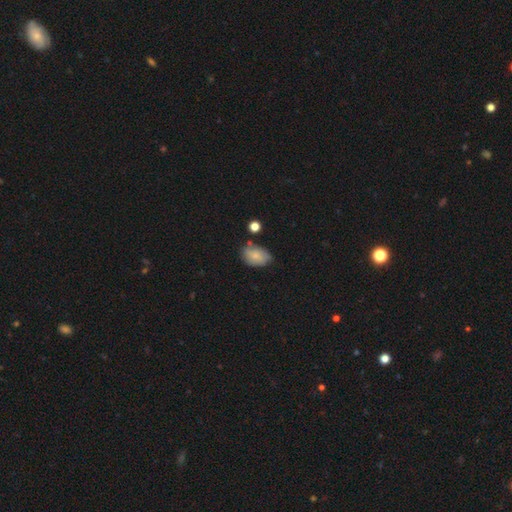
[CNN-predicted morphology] Smooth or featured? smooth (76%)
How rounded? in between (81%)
Merging? none (57%)